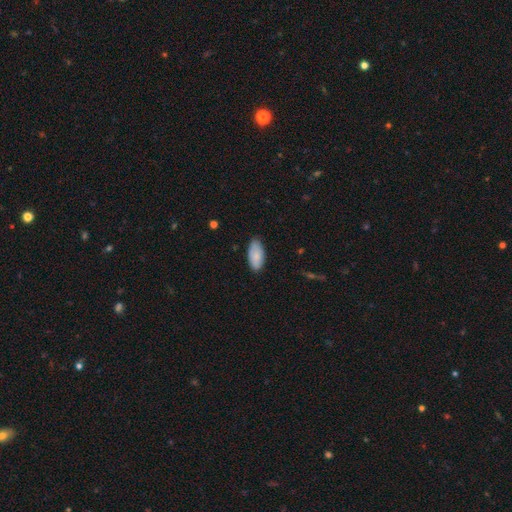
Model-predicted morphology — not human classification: Overall: smooth (82%). How rounded: in between (92%). Merging: none (81%).